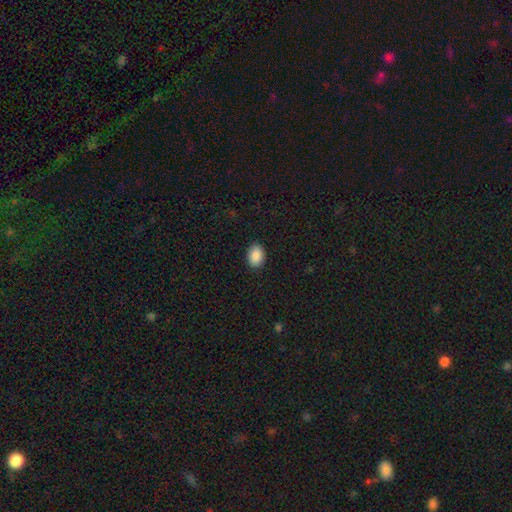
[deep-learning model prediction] The model was most divided on "how rounded": in between: 75%, round: 24%, cigar-shaped: 1%. More confident: merging — none (91%); smooth or featured — smooth (89%).